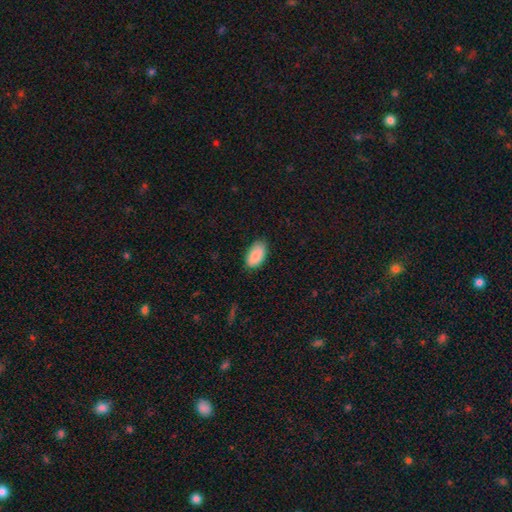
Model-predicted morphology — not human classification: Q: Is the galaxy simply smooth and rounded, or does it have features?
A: smooth — 89%.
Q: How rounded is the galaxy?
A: in between — 95%.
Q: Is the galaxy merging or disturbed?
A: none — 81%.